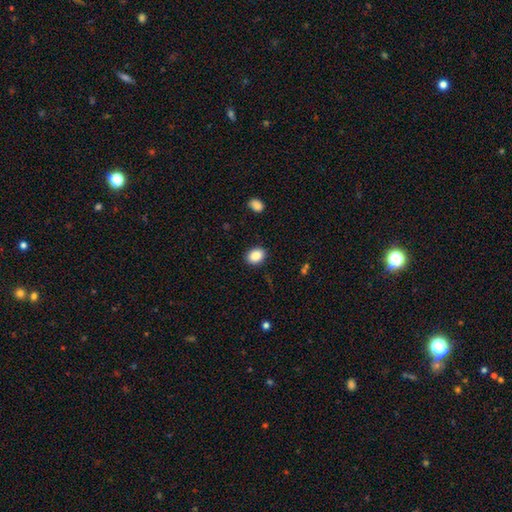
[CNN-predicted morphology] smooth_or_featured: smooth (p=0.87) [alt: star or artifact p=0.08]
how_rounded: in between (p=0.63) [alt: round p=0.36]
merging: none (p=0.88) [alt: minor disturbance p=0.08]